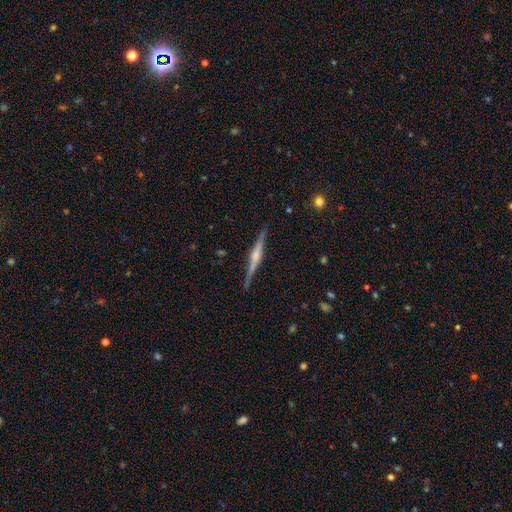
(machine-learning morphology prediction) This is likely a featured or disk galaxy (80%). It is clearly viewed edge-on (98%). Edge-on bulge: likely rounded (76%). Merging: clearly none (89%).